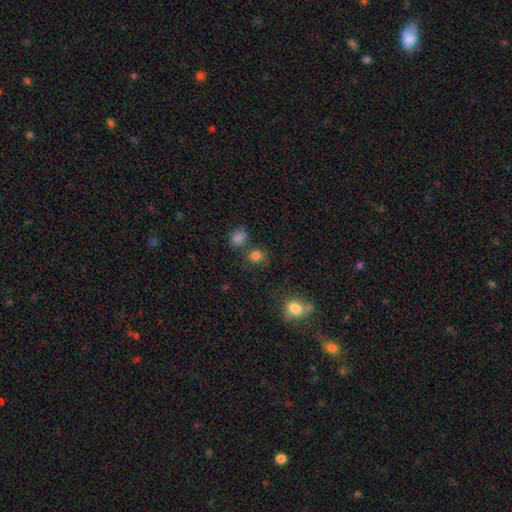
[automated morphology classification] This appears to be a smooth galaxy with no disk features (80%) that is round (74%). Merging: none (64%).